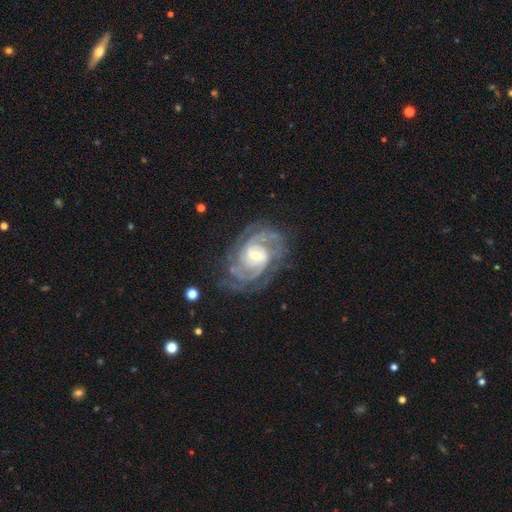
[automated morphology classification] Smooth or featured: featured or disk — 92% (star or artifact — 5%)
Edge-on disk: no — 97% (yes — 3%)
Bar: weak — 49% (no — 32%)
Spiral arms: yes — 98% (no — 2%)
Spiral winding: tight — 64% (medium — 31%)
Spiral arm count: 2 — 31% (3 — 27%)
Bulge size: small — 51% (moderate — 44%)
Merging: none — 73% (minor disturbance — 17%)